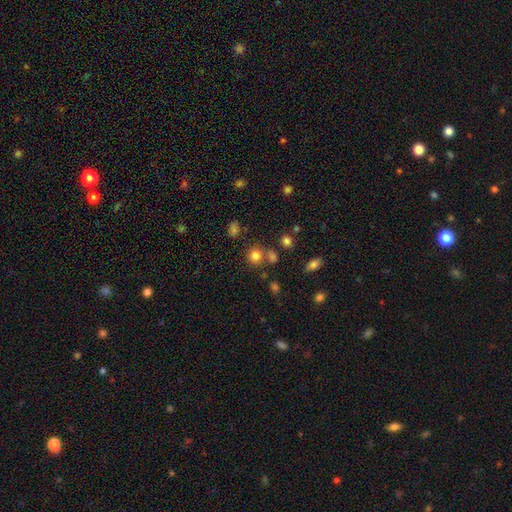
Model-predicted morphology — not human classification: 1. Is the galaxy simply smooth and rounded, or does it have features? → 79% smooth, 14% star or artifact, 7% featured or disk.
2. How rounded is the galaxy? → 87% round, 12% in between, 1% cigar-shaped.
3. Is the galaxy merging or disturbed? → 70% none, 16% merger, 10% minor disturbance, 4% major disturbance.